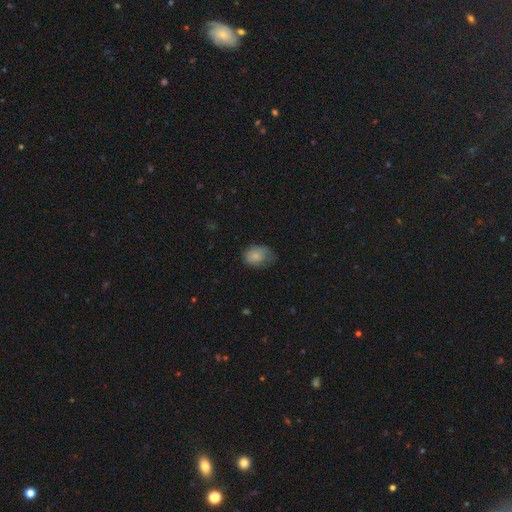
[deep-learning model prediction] This appears to be a smooth galaxy with no disk features (80%) that is in between round and cigar-shaped (67%). Merging: none (46%).